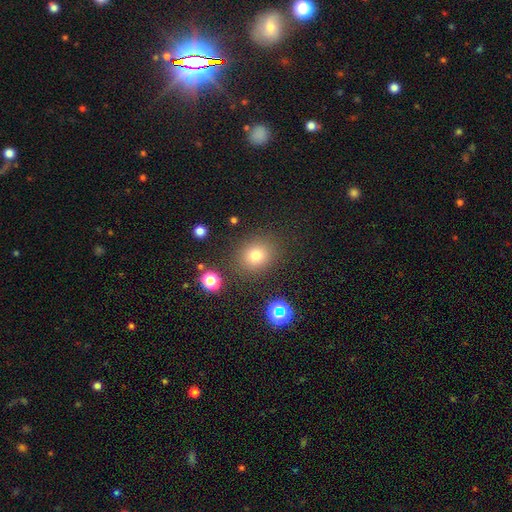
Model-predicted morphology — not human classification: The model was most divided on "how rounded": round: 76%, in between: 23%, cigar-shaped: 1%. More confident: merging — none (84%); smooth or featured — smooth (75%).